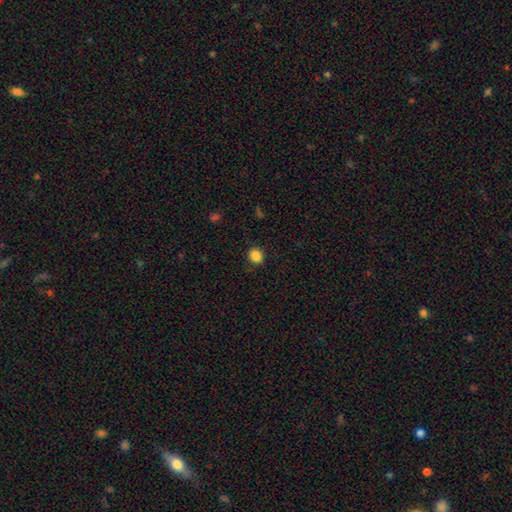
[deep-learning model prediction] Smooth or featured? smooth (87%)
How rounded? round (68%)
Merging? none (88%)